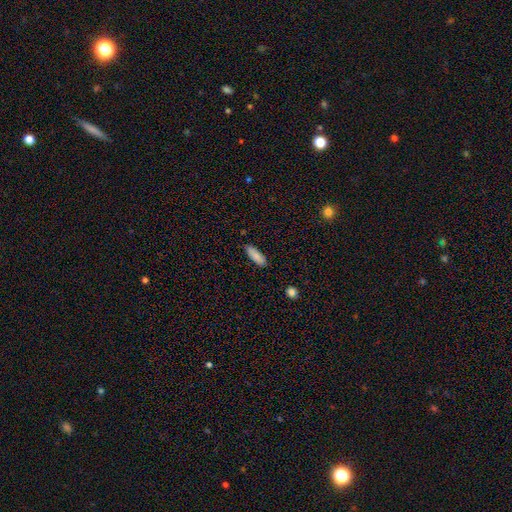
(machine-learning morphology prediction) Overall: smooth (86%). How rounded: in between (63%; cigar-shaped 36%). Merging: none (84%).